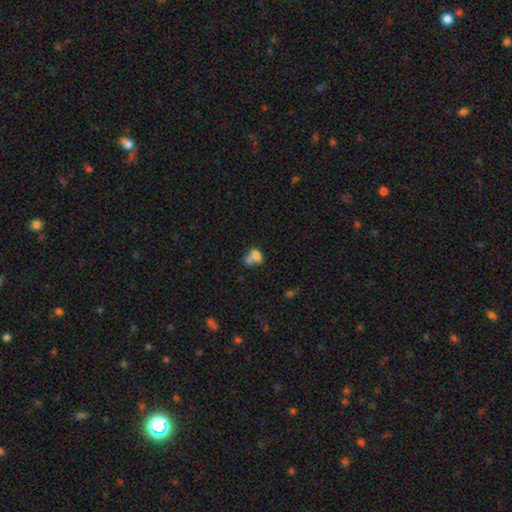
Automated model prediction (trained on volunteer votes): Smooth or featured: smooth — 74% (featured or disk — 15%)
How rounded: in between — 71% (round — 27%)
Merging: merger — 56% (none — 24%)